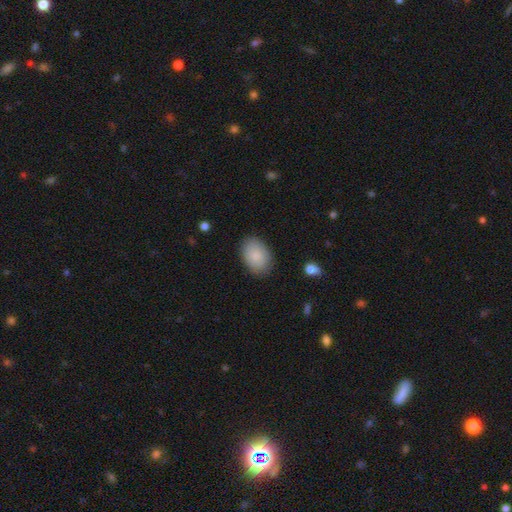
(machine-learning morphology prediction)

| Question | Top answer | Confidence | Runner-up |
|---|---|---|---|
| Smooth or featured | smooth | 86% | featured or disk (8%) |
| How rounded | in between | 83% | round (16%) |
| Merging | none | 85% | minor disturbance (11%) |